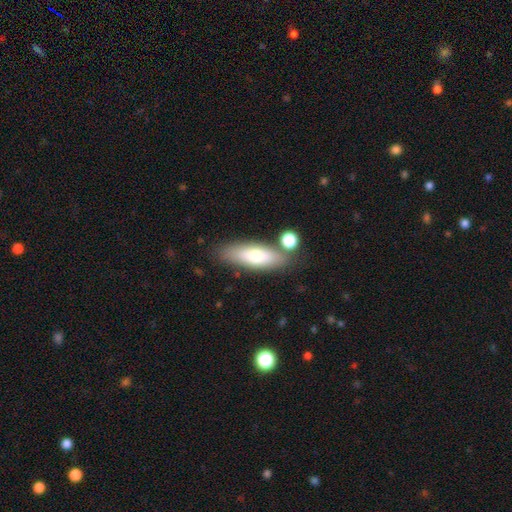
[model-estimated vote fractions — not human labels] A smooth galaxy with no disk features (67%) that is in between round and cigar-shaped (56%).

Vote fractions:
- Smooth or featured? smooth: 67% / featured or disk: 26% / star or artifact: 7%
- How rounded? in between: 56% / cigar-shaped: 41% / round: 3%
- Merging? none: 74% / minor disturbance: 12% / merger: 10% / major disturbance: 3%